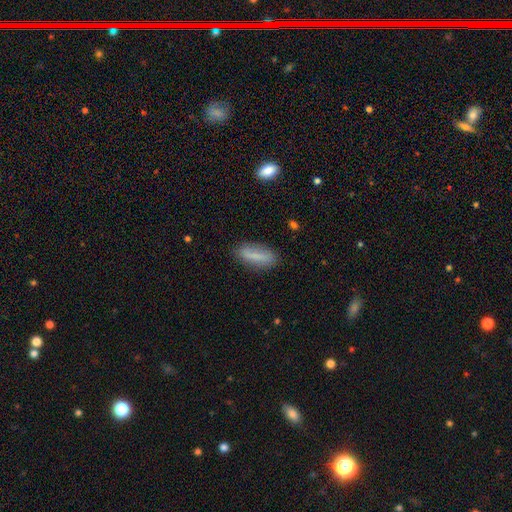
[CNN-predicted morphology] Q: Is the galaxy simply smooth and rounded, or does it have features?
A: smooth — 73%.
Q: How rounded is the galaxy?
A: in between — 54%.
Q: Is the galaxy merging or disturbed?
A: none — 80%.